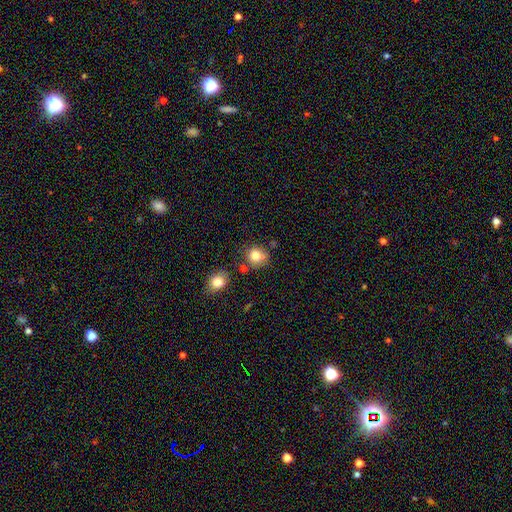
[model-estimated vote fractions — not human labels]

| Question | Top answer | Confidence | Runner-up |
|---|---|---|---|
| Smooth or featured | smooth | 81% | star or artifact (11%) |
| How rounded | round | 80% | in between (19%) |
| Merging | none | 69% | minor disturbance (16%) |